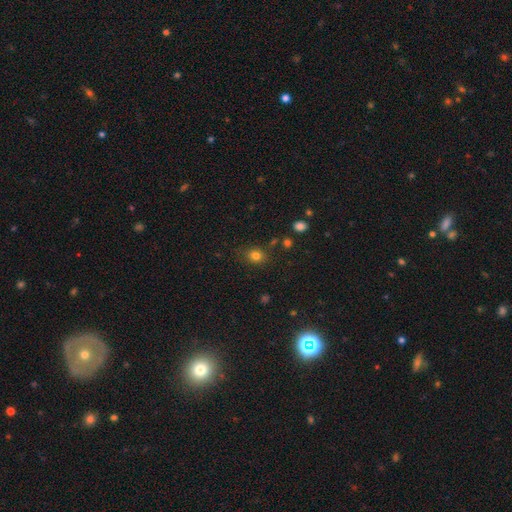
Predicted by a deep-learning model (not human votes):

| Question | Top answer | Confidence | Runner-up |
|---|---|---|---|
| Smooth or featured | smooth | 80% | star or artifact (14%) |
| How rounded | round | 63% | in between (36%) |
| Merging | none | 80% | minor disturbance (13%) |